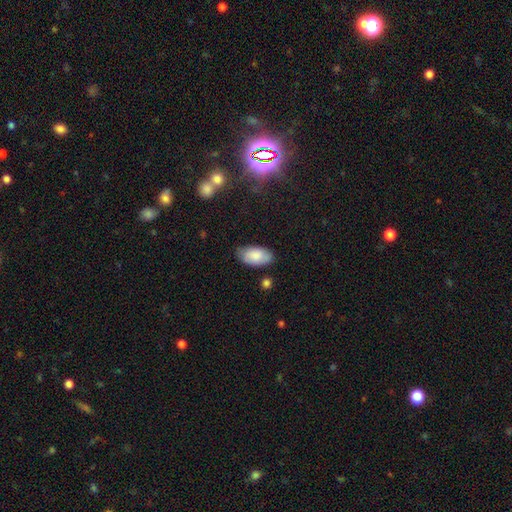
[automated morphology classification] smooth_or_featured: smooth (p=0.79) [alt: featured or disk p=0.15]
how_rounded: in between (p=0.95) [alt: round p=0.03]
merging: none (p=0.78) [alt: minor disturbance p=0.17]